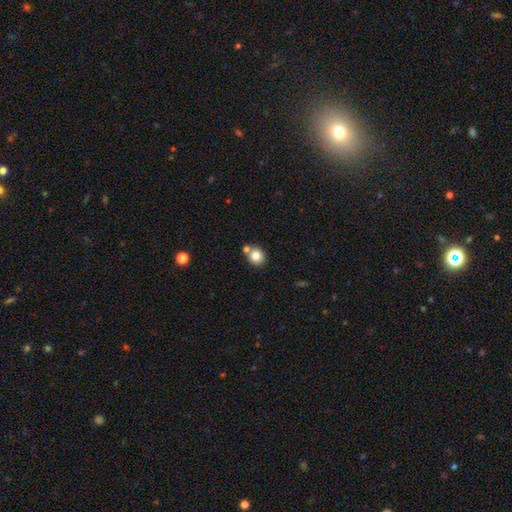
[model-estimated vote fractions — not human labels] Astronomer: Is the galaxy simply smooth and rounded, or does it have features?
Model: smooth — 81%.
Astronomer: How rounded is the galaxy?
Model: round — 76%.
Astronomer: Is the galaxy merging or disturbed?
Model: none — 64%.